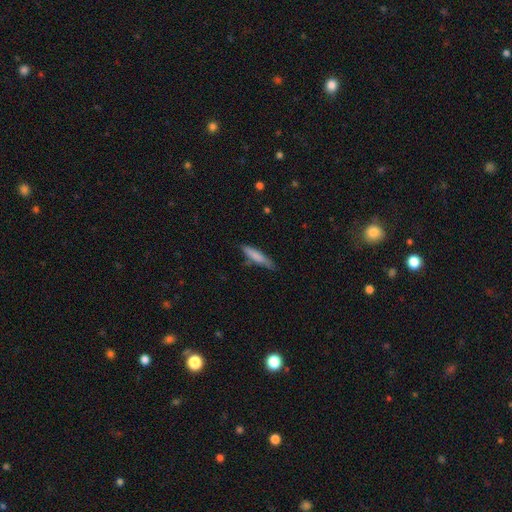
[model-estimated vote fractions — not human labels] Morphology: type=smooth (78%); roundness=cigar-shaped (83%); merging=none (72%).